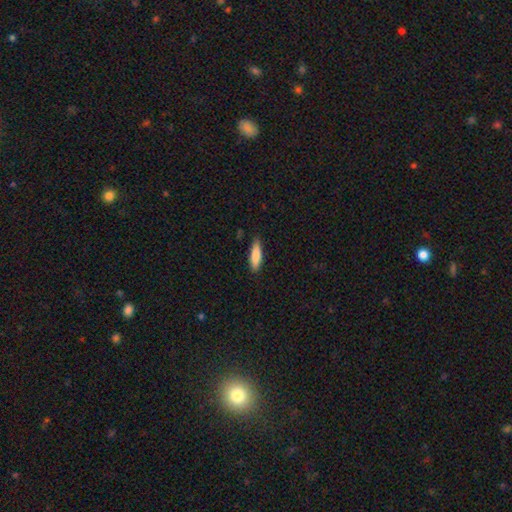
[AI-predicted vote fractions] Q: Smooth or featured?
A: smooth (83%); runner-up: featured or disk (11%)
Q: How rounded?
A: cigar-shaped (63%); runner-up: in between (35%)
Q: Merging?
A: none (85%); runner-up: minor disturbance (12%)